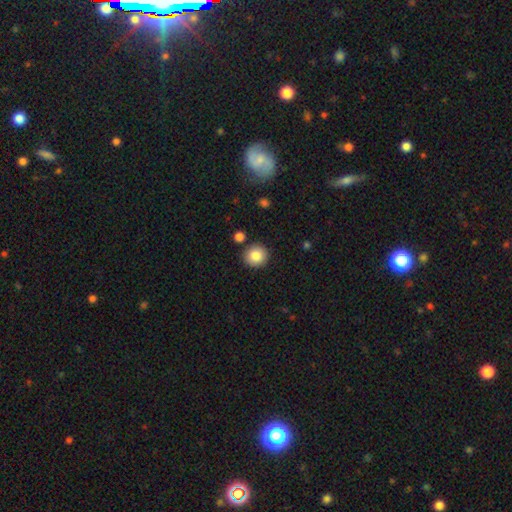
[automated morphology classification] smooth 85%, star or artifact 9%, featured or disk 6%. Down the decision tree: how rounded — round (90%); merging — none (88%).